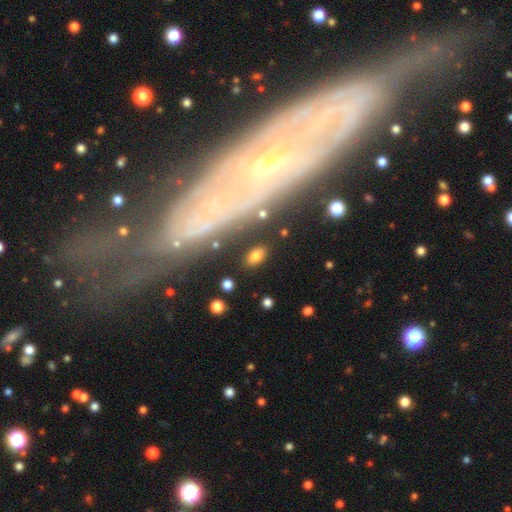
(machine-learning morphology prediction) Smooth or featured? smooth (79%)
How rounded? in between (90%)
Merging? none (84%)